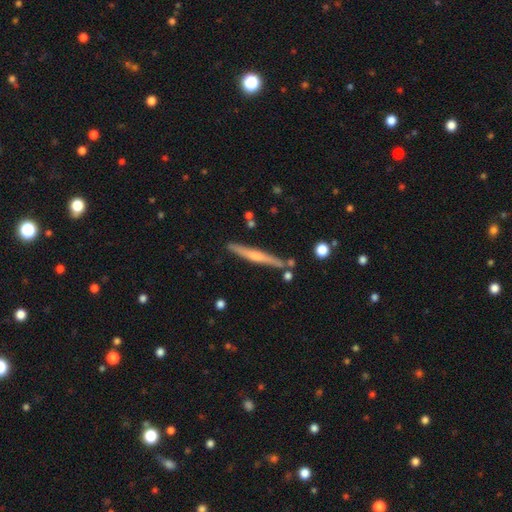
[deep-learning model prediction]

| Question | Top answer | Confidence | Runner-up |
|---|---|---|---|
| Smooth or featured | featured or disk | 60% | smooth (34%) |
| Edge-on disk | yes | 97% | no (3%) |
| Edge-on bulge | rounded | 66% | none (26%) |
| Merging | none | 84% | minor disturbance (10%) |